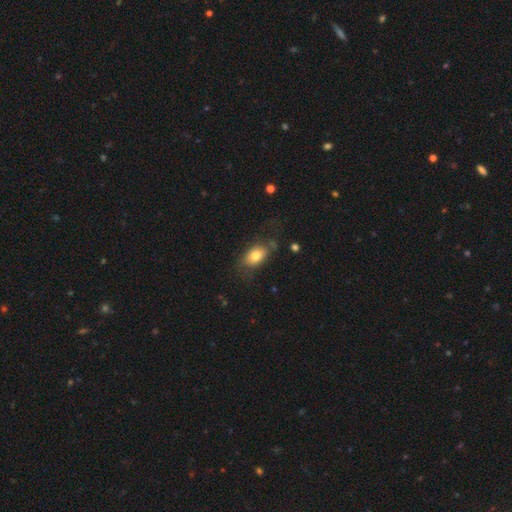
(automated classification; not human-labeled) Smooth or featured: smooth — 78% (featured or disk — 14%)
How rounded: in between — 86% (round — 11%)
Merging: none — 65% (minor disturbance — 22%)